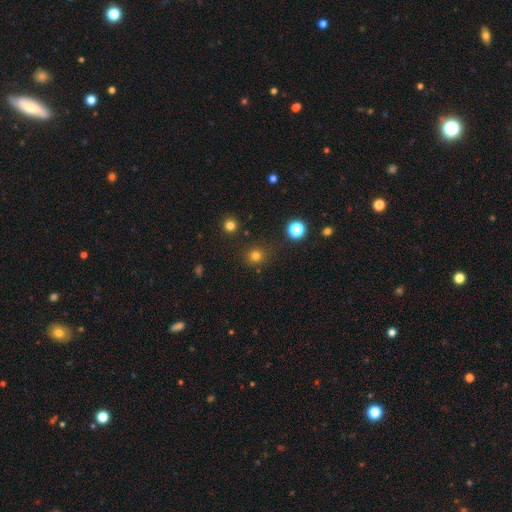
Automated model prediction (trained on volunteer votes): smooth_or_featured: smooth (p=0.75) [alt: star or artifact p=0.20]
how_rounded: round (p=0.91) [alt: in between p=0.08]
merging: none (p=0.86) [alt: minor disturbance p=0.08]